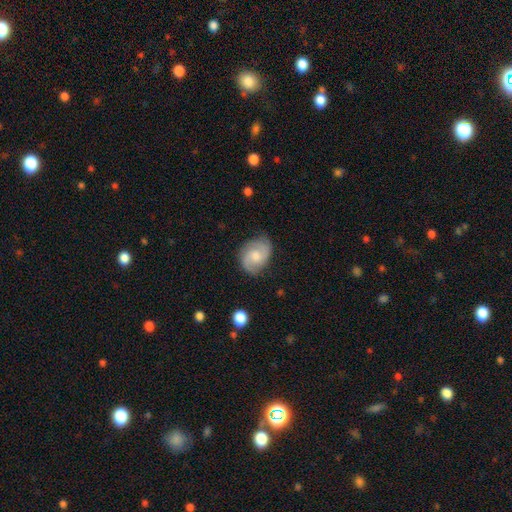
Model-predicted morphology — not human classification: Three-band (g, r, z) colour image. It shows a featured or disk galaxy (69%) with no bar (53%), 2 (85%) medium (51%) spiral arms (94%) and a moderate central bulge (51%). Merging: none (77%).